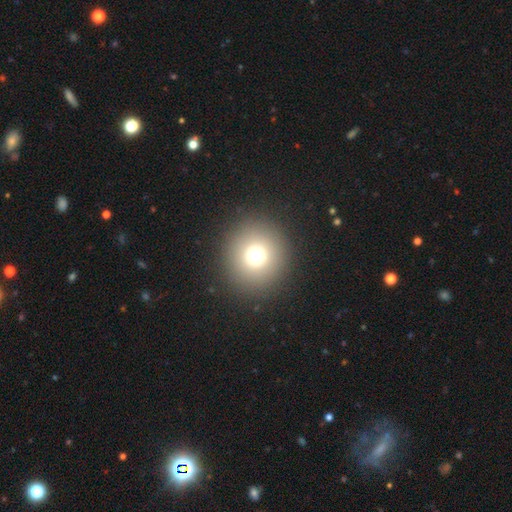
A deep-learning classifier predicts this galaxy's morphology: type=smooth (72%); roundness=round (94%); merging=none (90%).